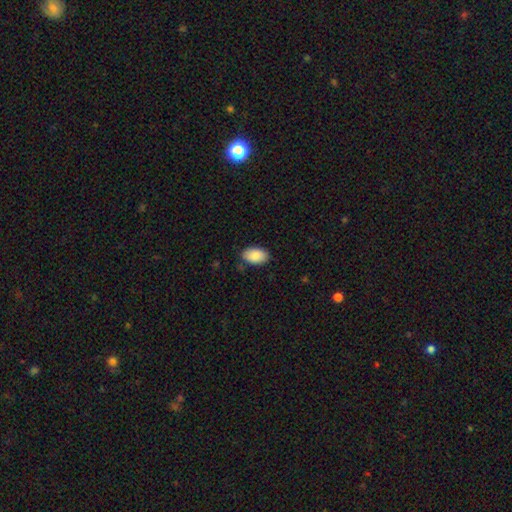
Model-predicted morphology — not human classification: This is clearly a smooth galaxy (89%). How rounded: clearly in between (94%). Merging: clearly none (82%).